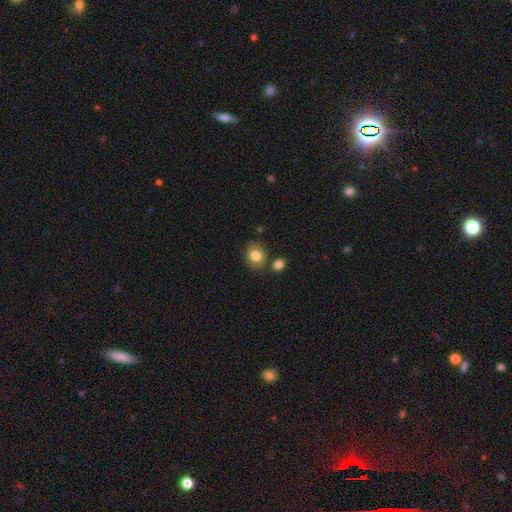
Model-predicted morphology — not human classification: smooth-or-featured: smooth: 82% | star or artifact: 10% | featured or disk: 9%
  how-rounded: round: 71% | in between: 28% | cigar-shaped: 1%
  merging: none: 78% | minor disturbance: 11% | merger: 8% | major disturbance: 3%